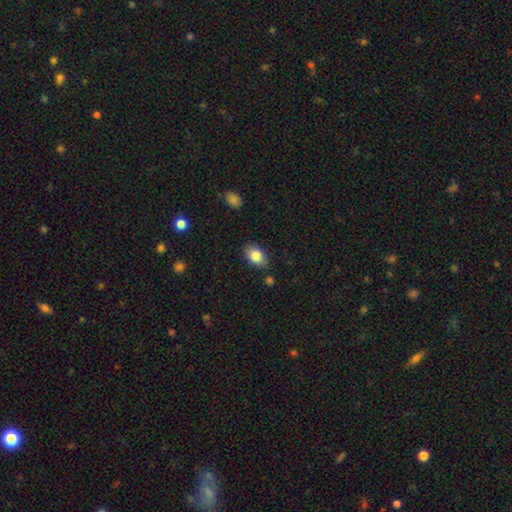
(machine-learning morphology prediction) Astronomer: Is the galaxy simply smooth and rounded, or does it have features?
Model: smooth — 84%.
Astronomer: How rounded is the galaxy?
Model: in between — 86%.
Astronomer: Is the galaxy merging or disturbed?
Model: none — 83%.